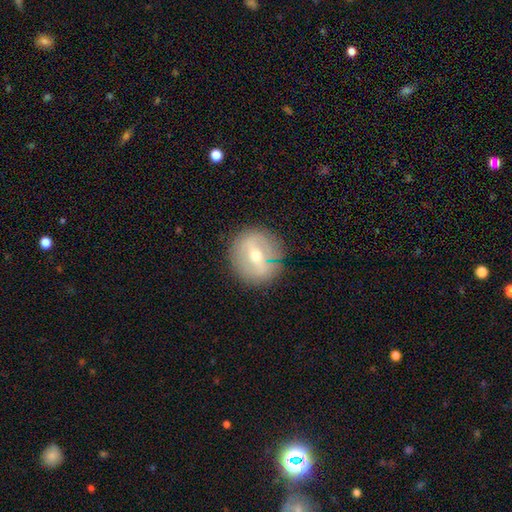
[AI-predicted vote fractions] This is possibly a featured or disk galaxy (56%). It is clearly not viewed edge-on (90%). Bar: marginally weak (41%). Spiral arm pattern: likely no (64%). Central bulge: likely moderate (63%). Merging: clearly none (84%).